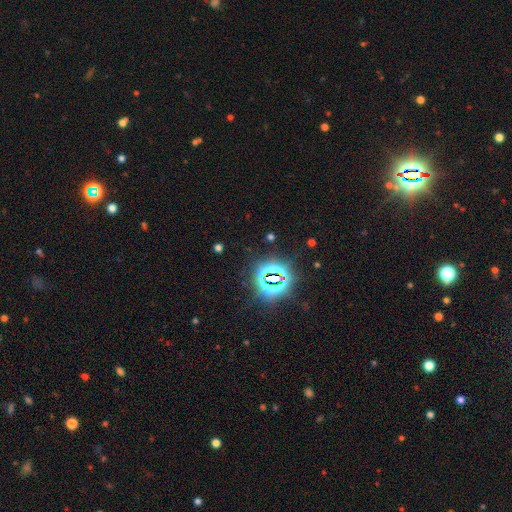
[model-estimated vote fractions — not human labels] Smooth or featured? star or artifact (82%)